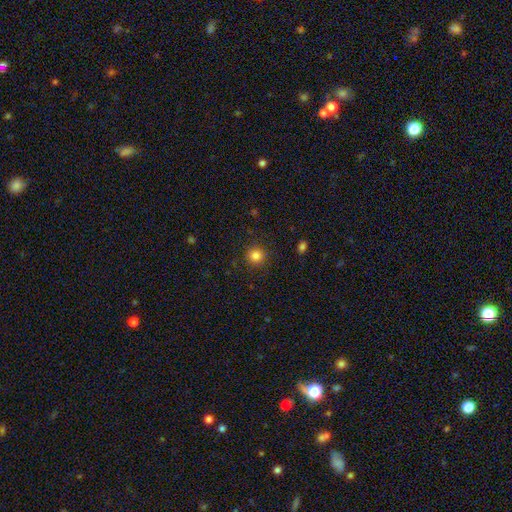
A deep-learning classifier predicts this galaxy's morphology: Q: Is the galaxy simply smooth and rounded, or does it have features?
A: smooth — 83%.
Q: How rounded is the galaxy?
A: round — 94%.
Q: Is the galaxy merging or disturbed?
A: none — 90%.